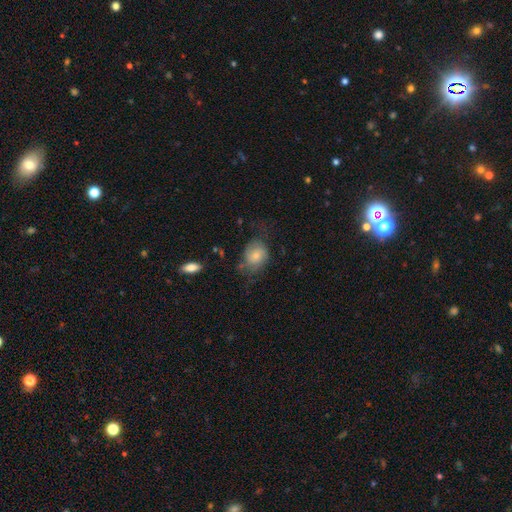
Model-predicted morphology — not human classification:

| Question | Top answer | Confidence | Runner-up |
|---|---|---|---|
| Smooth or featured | smooth | 67% | featured or disk (25%) |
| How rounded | in between | 50% | round (49%) |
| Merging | none | 51% | minor disturbance (28%) |